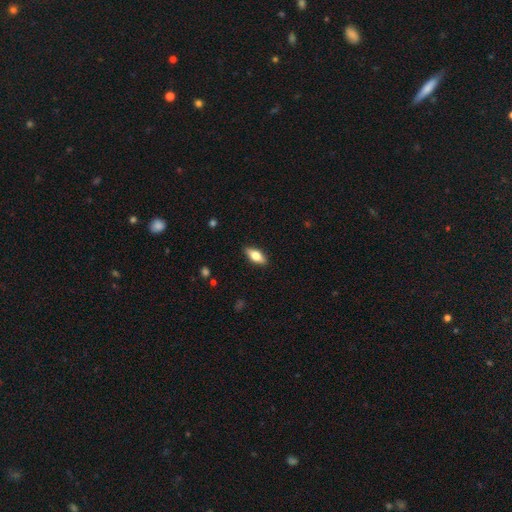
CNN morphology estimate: Smooth or featured? Predicted: smooth (p=0.66). How rounded? Predicted: in between (p=0.78). Merging? Predicted: none (p=0.88).